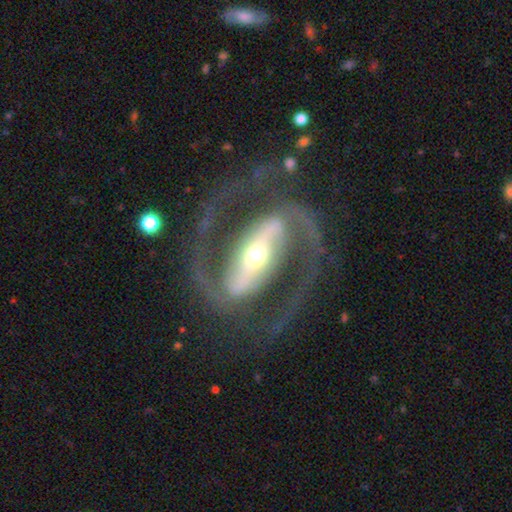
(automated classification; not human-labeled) This appears to be a featured or disk galaxy (93%) with a strong bar (80%), 2 (94%) medium (62%) spiral arms (96%) and a moderate central bulge (56%). Merging: none (78%).